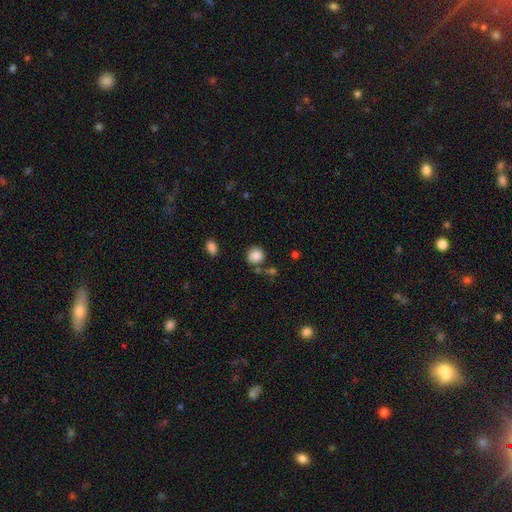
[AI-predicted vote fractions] smooth-or-featured: smooth: 86% | star or artifact: 10% | featured or disk: 4%
  how-rounded: round: 88% | in between: 11% | cigar-shaped: 1%
  merging: none: 76% | minor disturbance: 12% | merger: 8% | major disturbance: 4%